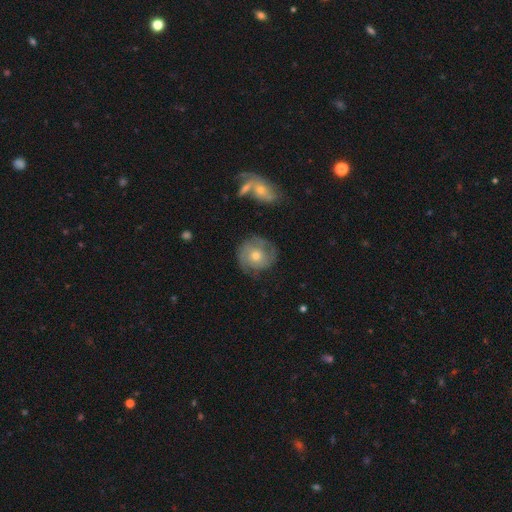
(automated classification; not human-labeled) Smooth or featured? featured or disk (65%)
Edge-on disk? no (97%)
Bar? no (80%)
Spiral arms? yes (85%)
Spiral winding? tight (57%)
Spiral arm count? 2 (39%)
Bulge size? moderate (67%)
Merging? none (74%)